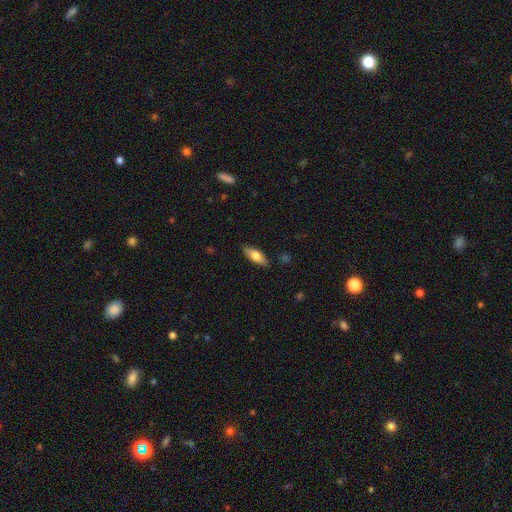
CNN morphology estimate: Q: Smooth or featured?
A: smooth (71%); runner-up: featured or disk (23%)
Q: How rounded?
A: in between (72%); runner-up: cigar-shaped (25%)
Q: Merging?
A: none (86%); runner-up: minor disturbance (11%)